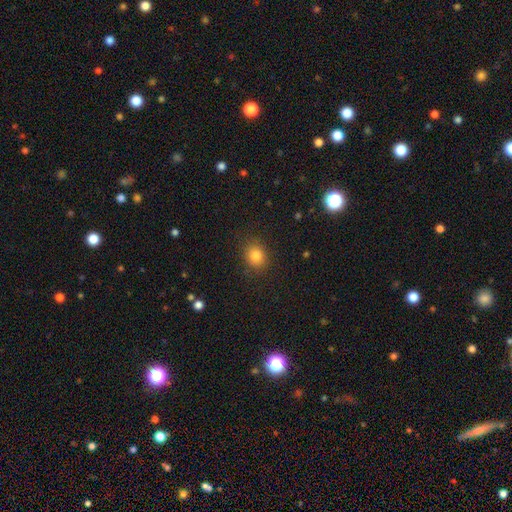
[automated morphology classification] Smooth or featured?
  - smooth: 83% *
  - star or artifact: 12%
  - featured or disk: 6%
How rounded?
  - round: 67% *
  - in between: 32%
  - cigar-shaped: 1%
Merging?
  - none: 86% *
  - minor disturbance: 10%
  - major disturbance: 3%
  - merger: 1%